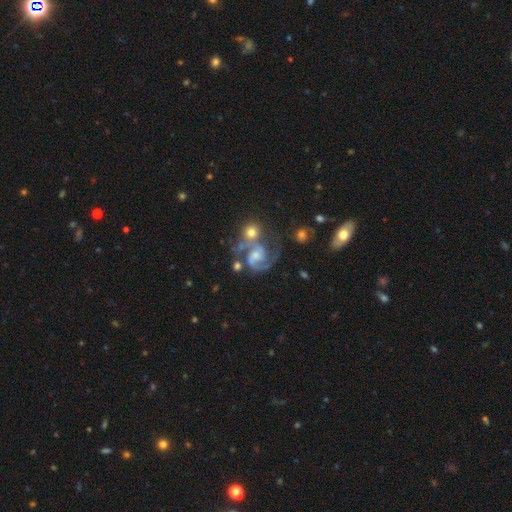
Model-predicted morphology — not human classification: Smooth or featured: featured or disk — 87% (smooth — 7%)
Edge-on disk: no — 98% (yes — 2%)
Bar: no — 56% (weak — 36%)
Spiral arms: yes — 97% (no — 3%)
Spiral winding: medium — 59% (tight — 27%)
Spiral arm count: 2 — 86% (1 — 5%)
Bulge size: moderate — 43% (small — 40%)
Merging: none — 42% (merger — 27%)